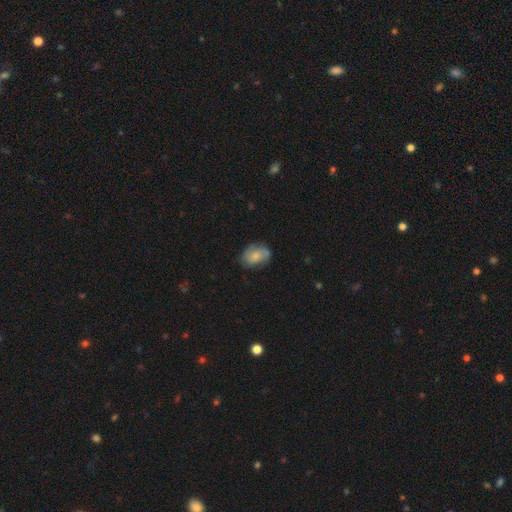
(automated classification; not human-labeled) Smooth or featured: smooth — 56% (featured or disk — 37%)
How rounded: in between — 77% (round — 21%)
Merging: none — 64% (minor disturbance — 26%)